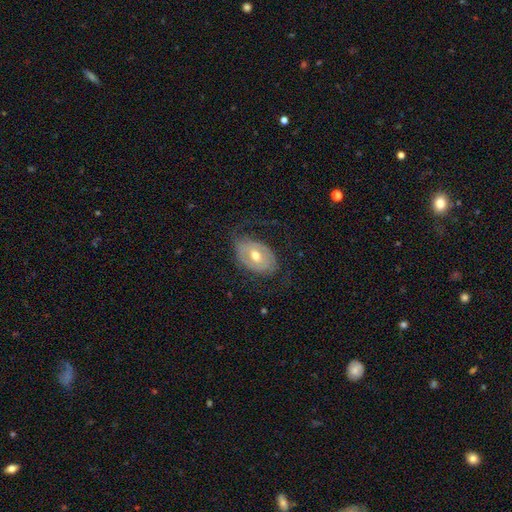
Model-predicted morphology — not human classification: smooth-or-featured: featured or disk: 63% | smooth: 30% | star or artifact: 7%
  disk-edge-on: no: 93% | yes: 7%
    bar: no: 55% | weak: 31% | strong: 13%
    has-spiral-arms: yes: 62% | no: 38%
    bulge-size: moderate: 76% | small: 17% | large: 5% | dominant: 1% | none: 1%
  merging: none: 59% | minor disturbance: 21% | major disturbance: 19% | merger: 1%